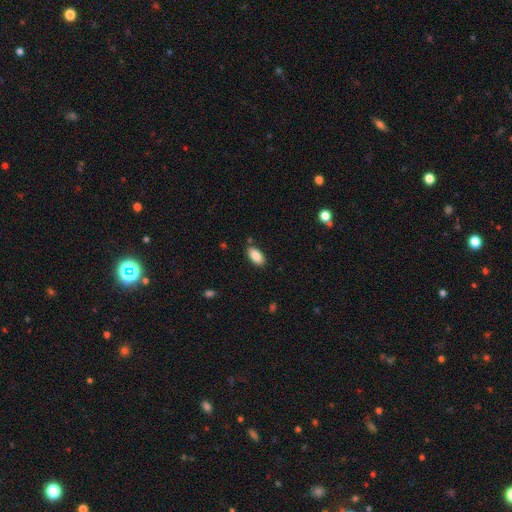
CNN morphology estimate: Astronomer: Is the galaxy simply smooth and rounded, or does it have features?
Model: smooth — 86%.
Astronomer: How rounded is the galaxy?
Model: in between — 92%.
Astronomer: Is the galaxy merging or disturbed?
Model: none — 85%.